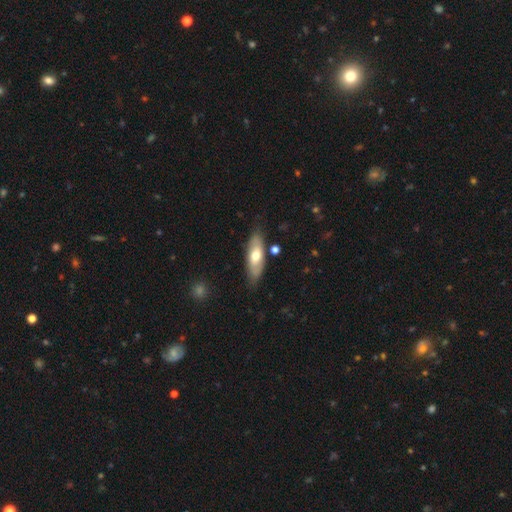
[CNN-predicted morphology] type=smooth (58%); roundness=in between (69%); merging=none (79%).